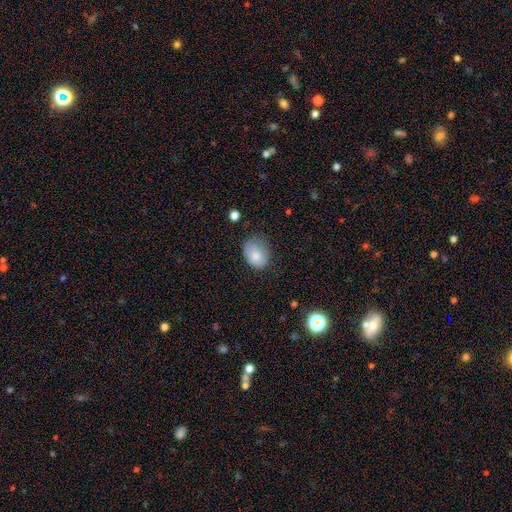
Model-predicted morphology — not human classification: A smooth galaxy with no disk features (80%) that is in between round and cigar-shaped (69%). Merging: none (54%).